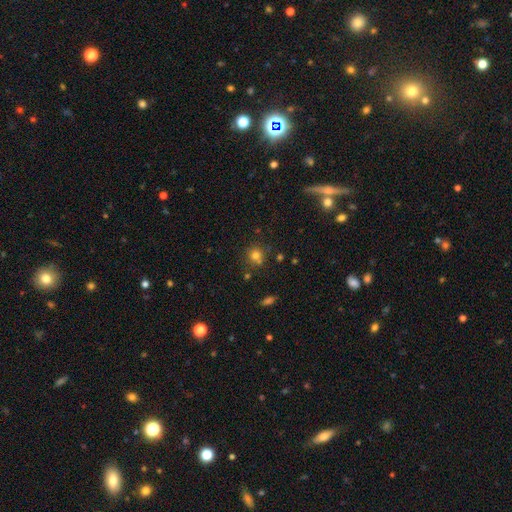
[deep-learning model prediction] This appears to be a smooth galaxy with no disk features (75%) that is round (88%). Merging: none (70%).